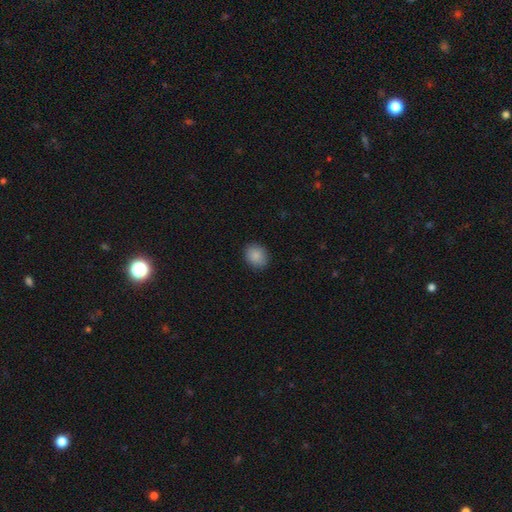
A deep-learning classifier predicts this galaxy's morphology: smooth_or_featured: smooth (p=0.87) [alt: star or artifact p=0.09]
how_rounded: round (p=0.55) [alt: in between p=0.44]
merging: none (p=0.88) [alt: minor disturbance p=0.09]